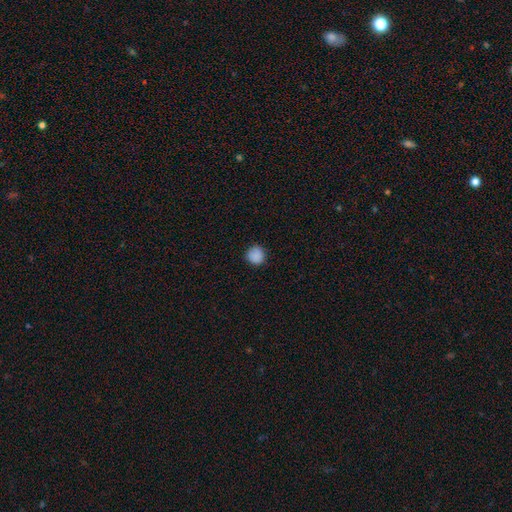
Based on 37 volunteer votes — Smooth or featured? 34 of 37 (92%) said smooth. How rounded? 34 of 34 (100%) said round. Merging? 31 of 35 (89%) said none.